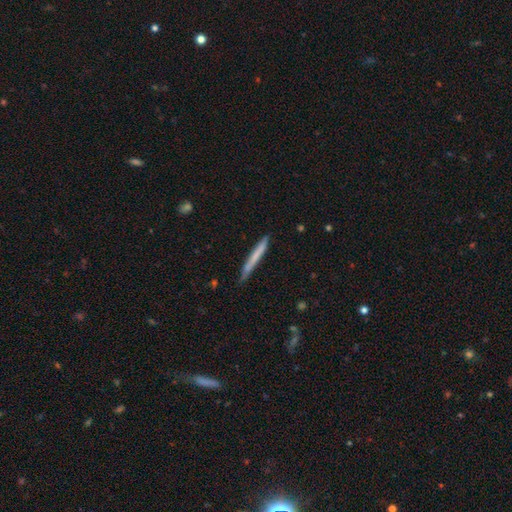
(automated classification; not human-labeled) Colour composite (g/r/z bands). It shows a smooth galaxy with no disk features (64%) that is cigar-shaped (97%). Merging: none (82%).